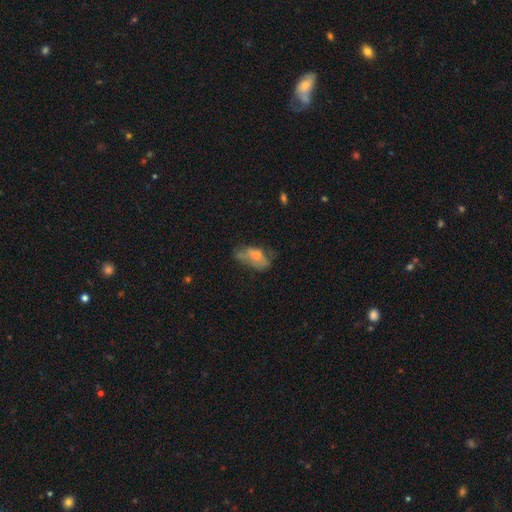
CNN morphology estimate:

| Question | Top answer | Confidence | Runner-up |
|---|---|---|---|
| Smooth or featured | smooth | 56% | featured or disk (33%) |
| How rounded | in between | 88% | round (7%) |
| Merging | major disturbance | 32% | none (30%) |